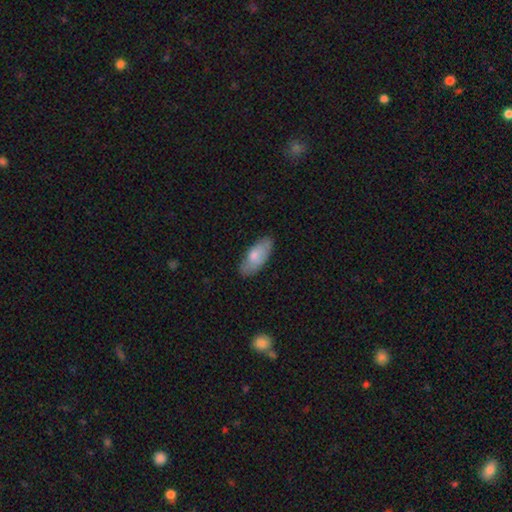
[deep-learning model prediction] A smooth galaxy with no disk features (76%) that is in between round and cigar-shaped (85%).

Vote fractions:
- Smooth or featured? smooth: 76% / featured or disk: 18% / star or artifact: 6%
- How rounded? in between: 85% / cigar-shaped: 13% / round: 2%
- Merging? none: 79% / minor disturbance: 17% / major disturbance: 3% / merger: 1%